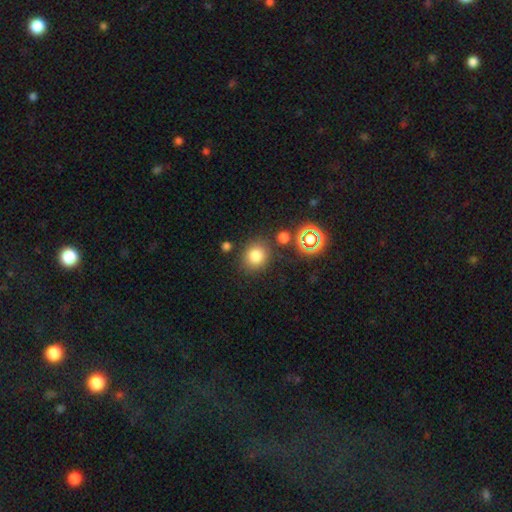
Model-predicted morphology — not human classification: Q: Smooth or featured?
A: smooth (80%); runner-up: star or artifact (14%)
Q: How rounded?
A: round (81%); runner-up: in between (18%)
Q: Merging?
A: none (79%); runner-up: minor disturbance (11%)